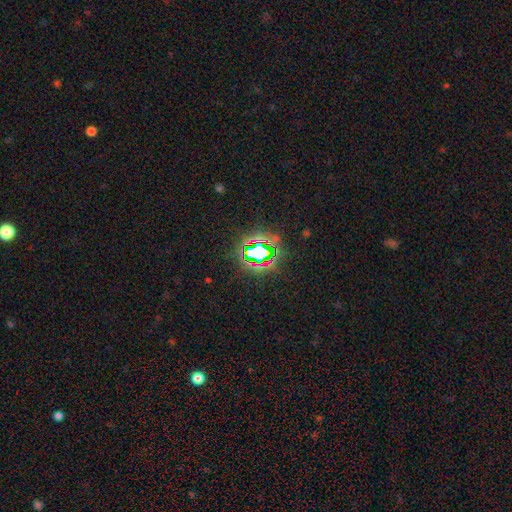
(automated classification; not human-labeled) Smooth or featured? star or artifact (74%)